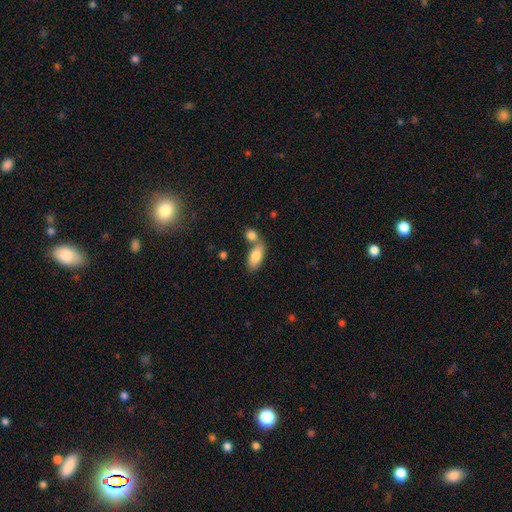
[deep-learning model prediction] smooth_or_featured: smooth (p=0.82) [alt: featured or disk p=0.11]
how_rounded: in between (p=0.86) [alt: cigar-shaped p=0.10]
merging: none (p=0.50) [alt: merger p=0.35]